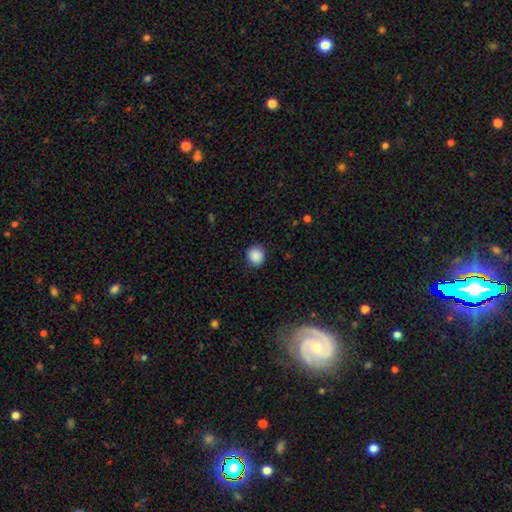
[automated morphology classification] Q: Smooth or featured?
A: smooth (88%); runner-up: star or artifact (9%)
Q: How rounded?
A: round (88%); runner-up: in between (11%)
Q: Merging?
A: none (87%); runner-up: minor disturbance (9%)